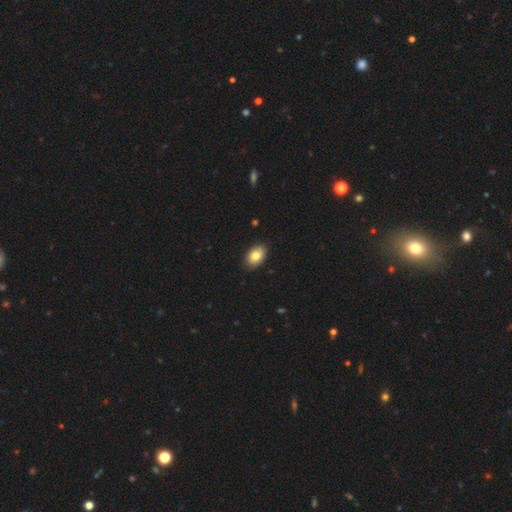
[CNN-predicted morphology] Q: Smooth or featured?
A: smooth (81%); runner-up: featured or disk (11%)
Q: How rounded?
A: in between (88%); runner-up: round (10%)
Q: Merging?
A: none (88%); runner-up: minor disturbance (10%)